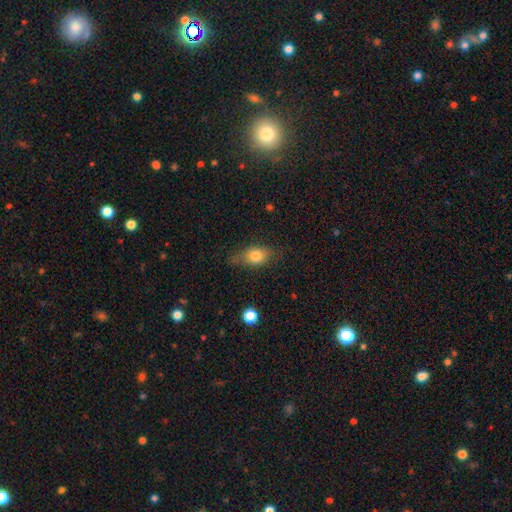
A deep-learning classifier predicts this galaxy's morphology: Smooth or featured: smooth — 73% (featured or disk — 18%)
How rounded: in between — 72% (round — 21%)
Merging: none — 66% (minor disturbance — 25%)